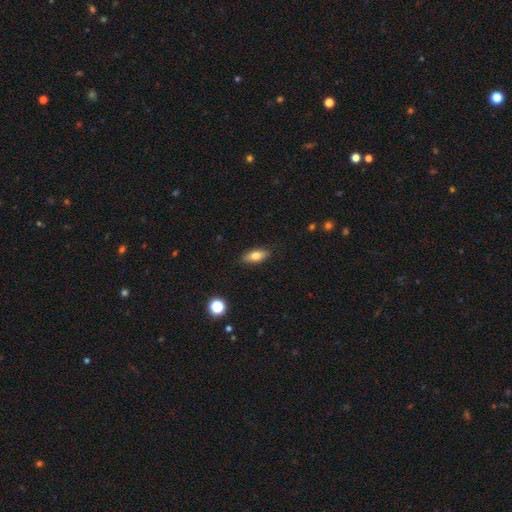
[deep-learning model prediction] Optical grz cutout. It shows a smooth galaxy with no disk features (75%) that is in between round and cigar-shaped (78%). Merging: none (87%).